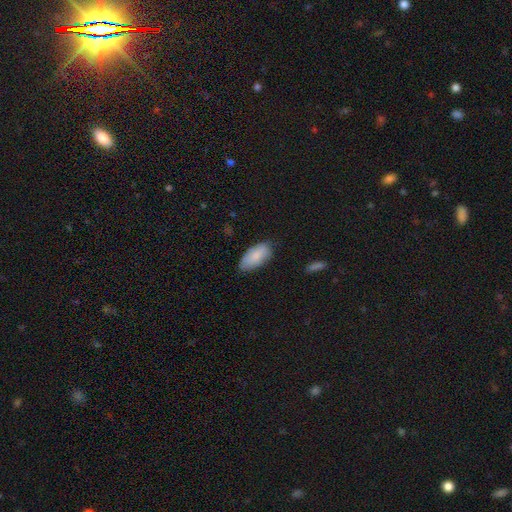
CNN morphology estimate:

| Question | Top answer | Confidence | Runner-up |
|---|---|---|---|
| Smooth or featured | smooth | 84% | featured or disk (11%) |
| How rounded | in between | 92% | cigar-shaped (6%) |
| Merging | none | 76% | minor disturbance (20%) |